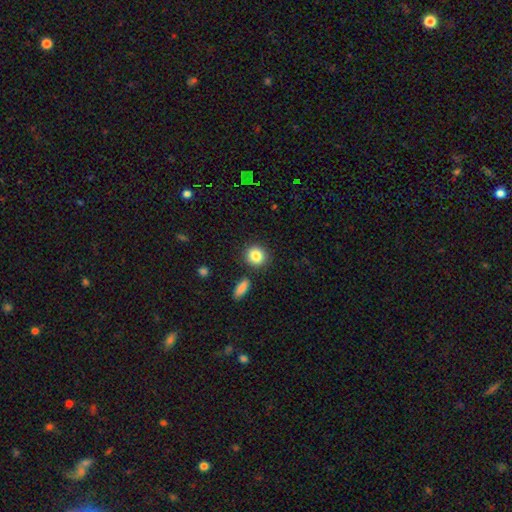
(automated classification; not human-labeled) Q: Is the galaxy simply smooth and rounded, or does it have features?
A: smooth — 86%.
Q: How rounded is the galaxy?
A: round — 85%.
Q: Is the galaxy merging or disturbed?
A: none — 84%.